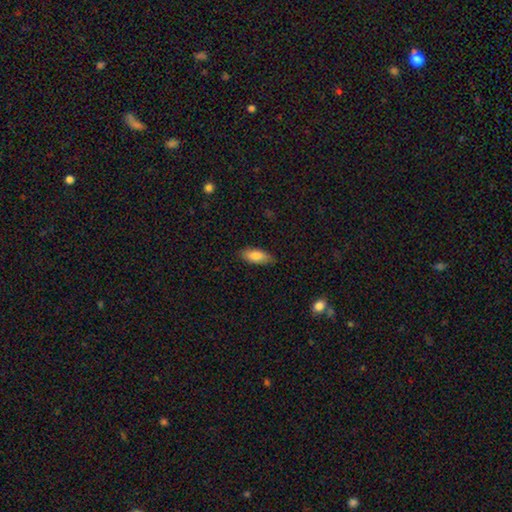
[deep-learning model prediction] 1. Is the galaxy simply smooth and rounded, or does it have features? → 81% smooth, 13% featured or disk, 6% star or artifact.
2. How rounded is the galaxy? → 81% in between, 17% cigar-shaped, 2% round.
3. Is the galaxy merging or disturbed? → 83% none, 13% minor disturbance, 2% major disturbance, 1% merger.